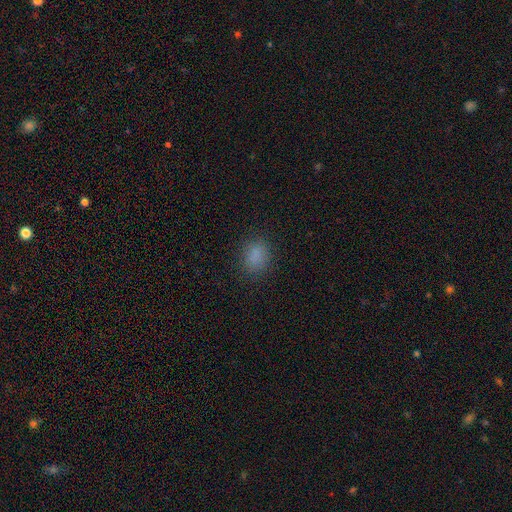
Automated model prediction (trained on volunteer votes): Smooth or featured: smooth — 83% (star or artifact — 13%)
How rounded: in between — 50% (round — 49%)
Merging: none — 84% (minor disturbance — 11%)